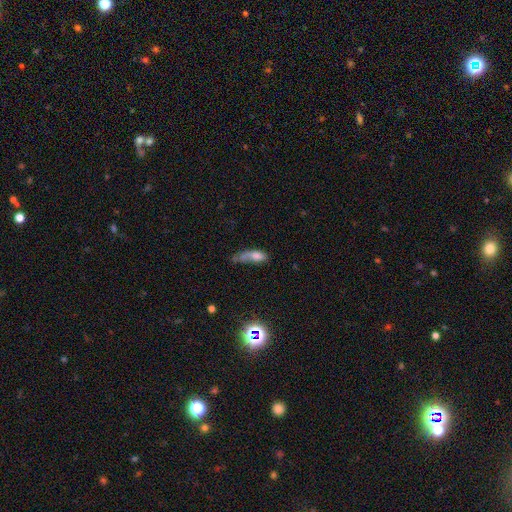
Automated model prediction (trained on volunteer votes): The model was most divided on "merging": major disturbance: 35%, minor disturbance: 25%, none: 25%, merger: 15%. More confident: how rounded — in between (67%); smooth or featured — smooth (65%).